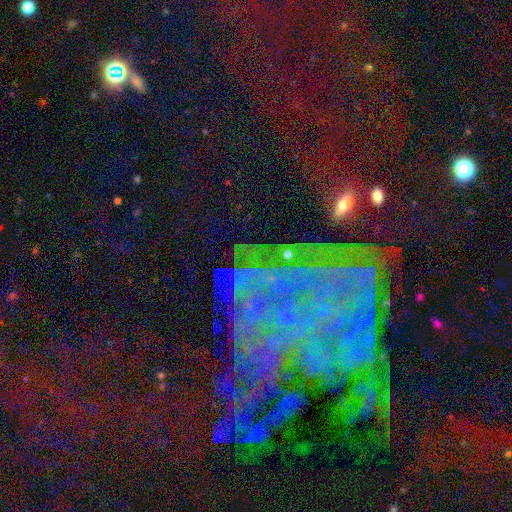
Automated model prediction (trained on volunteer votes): A star or artifact, not a galaxy (56%).